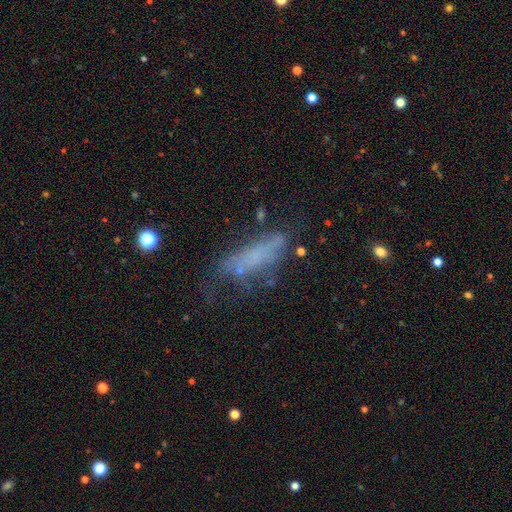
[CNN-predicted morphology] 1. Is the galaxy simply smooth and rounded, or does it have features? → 48% smooth, 35% featured or disk, 16% star or artifact.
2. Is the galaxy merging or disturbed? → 37% none, 30% major disturbance, 26% minor disturbance, 7% merger.